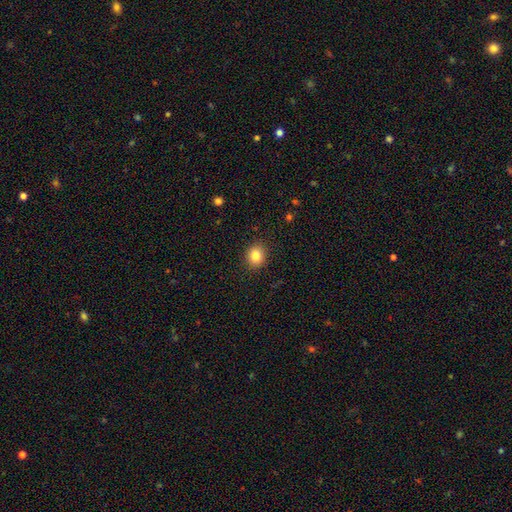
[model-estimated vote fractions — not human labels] Overall: smooth (83%). How rounded: round (74%). Merging: none (90%).